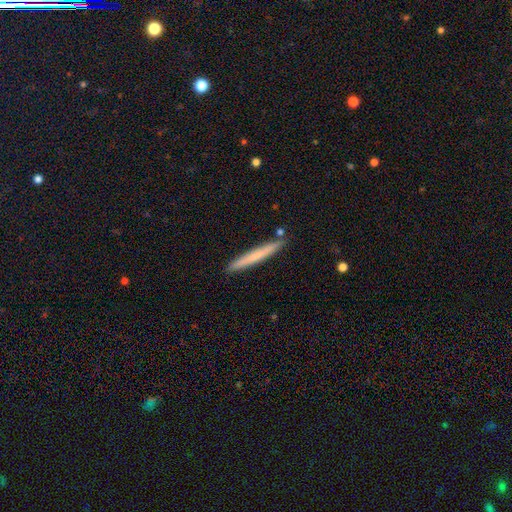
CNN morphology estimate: smooth 65%, featured or disk 29%, star or artifact 5%. Down the decision tree: how rounded — cigar-shaped (97%); merging — none (89%).